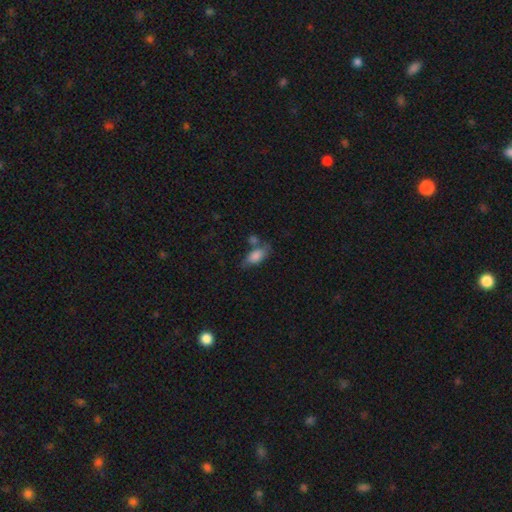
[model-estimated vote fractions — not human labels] smooth_or_featured: smooth (p=0.80) [alt: featured or disk p=0.12]
how_rounded: in between (p=0.85) [alt: cigar-shaped p=0.11]
merging: none (p=0.50) [alt: minor disturbance p=0.22]